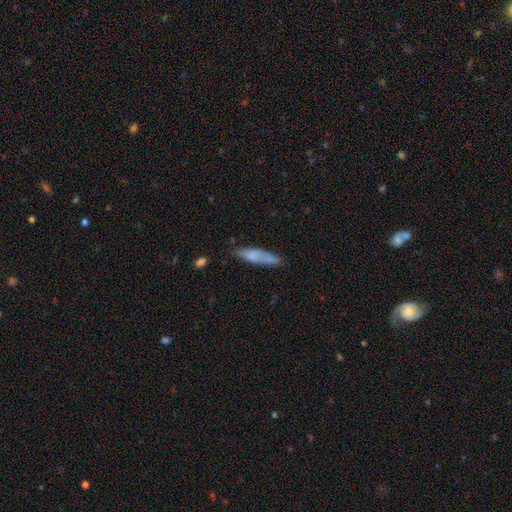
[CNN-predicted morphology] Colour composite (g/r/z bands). It shows a smooth galaxy with no disk features (68%) that is cigar-shaped (75%). Merging: none (64%).